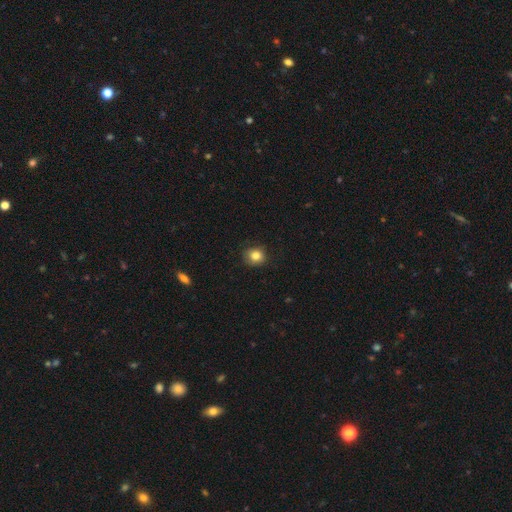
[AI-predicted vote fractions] smooth_or_featured: smooth (p=0.83) [alt: star or artifact p=0.11]
how_rounded: round (p=0.82) [alt: in between p=0.17]
merging: none (p=0.83) [alt: minor disturbance p=0.14]